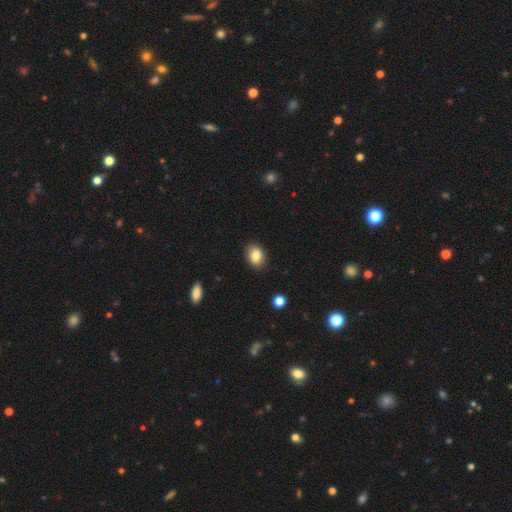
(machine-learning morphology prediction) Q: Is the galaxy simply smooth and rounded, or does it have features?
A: smooth — 84%.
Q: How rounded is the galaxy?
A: in between — 63%.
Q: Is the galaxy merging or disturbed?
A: none — 89%.